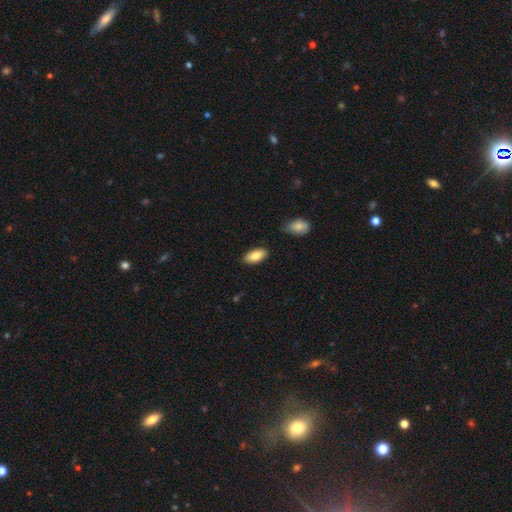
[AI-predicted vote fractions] Morphology: type=smooth (84%); roundness=in between (92%); merging=none (86%).